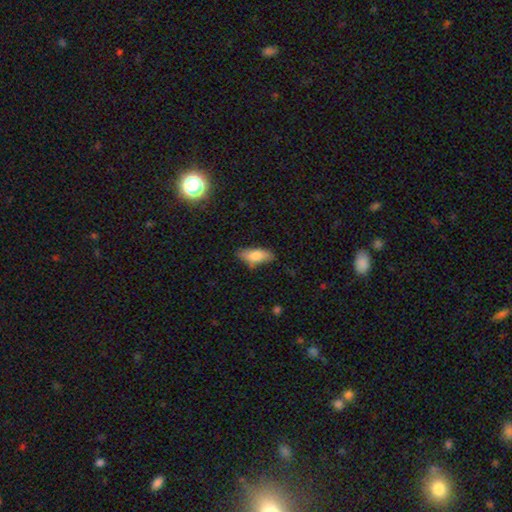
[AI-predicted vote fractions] This appears to be a smooth galaxy with no disk features (74%) that is in between round and cigar-shaped (75%). Merging: none (71%).